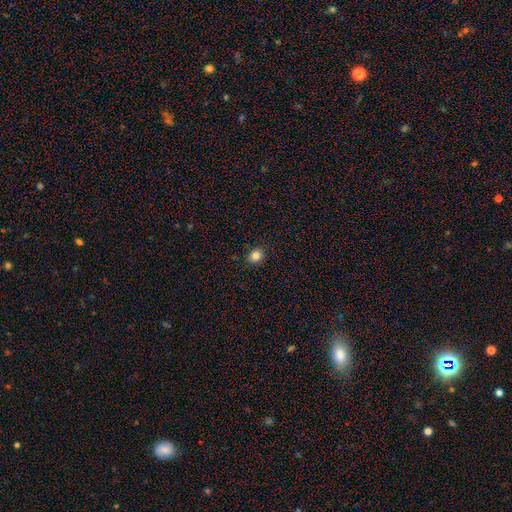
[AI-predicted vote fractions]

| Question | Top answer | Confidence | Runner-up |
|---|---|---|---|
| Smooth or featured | smooth | 83% | star or artifact (12%) |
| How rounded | round | 66% | in between (33%) |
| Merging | none | 89% | minor disturbance (8%) |